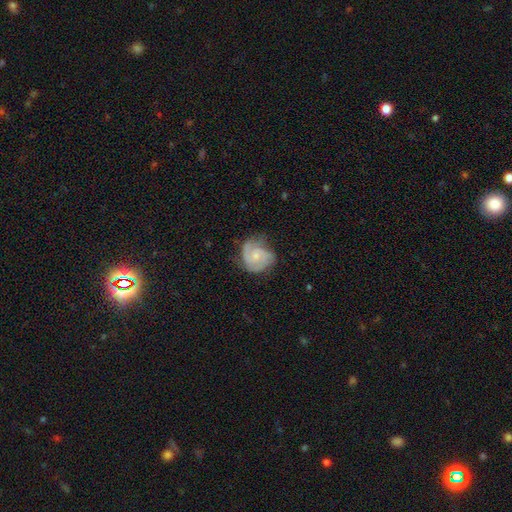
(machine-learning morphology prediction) This is likely a featured or disk galaxy (74%). It is clearly not viewed edge-on (98%). Bar: likely no (70%). Spiral arm pattern: clearly yes (95%). Spiral arm count: marginally 2 (42%). Spiral winding: marginally medium (44%). Central bulge: likely small (64%). Merging: possibly none (58%).